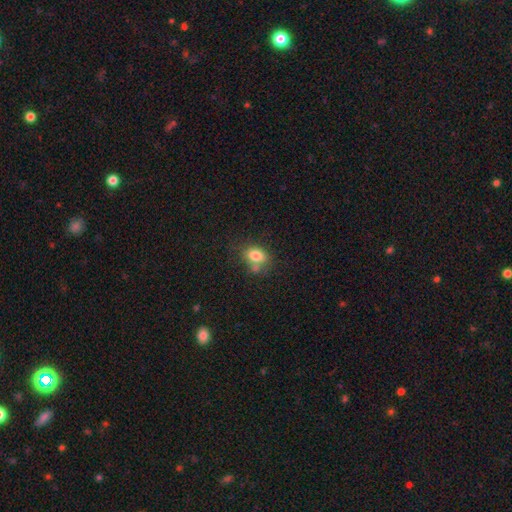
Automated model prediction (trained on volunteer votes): smooth 80%, featured or disk 11%, star or artifact 10%. Down the decision tree: how rounded — in between (75%); merging — none (54%).